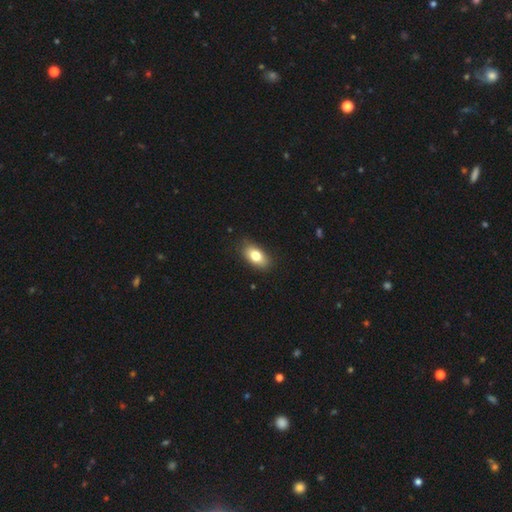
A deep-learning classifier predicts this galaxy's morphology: The model was most divided on "smooth or featured": smooth: 78%, featured or disk: 15%, star or artifact: 8%. More confident: how rounded — in between (90%); merging — none (85%).